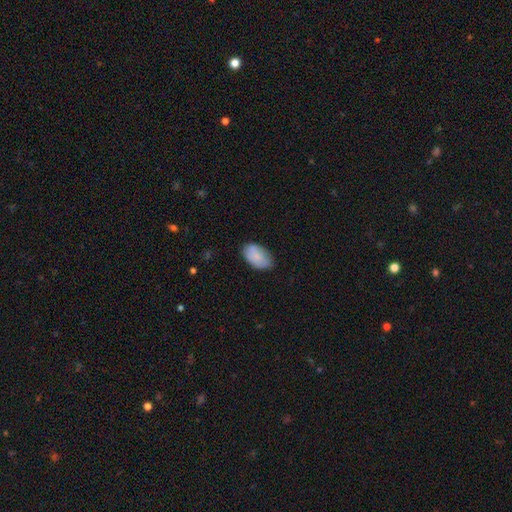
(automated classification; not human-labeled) Q: Smooth or featured?
A: smooth (84%); runner-up: featured or disk (10%)
Q: How rounded?
A: in between (94%); runner-up: round (5%)
Q: Merging?
A: none (75%); runner-up: minor disturbance (20%)